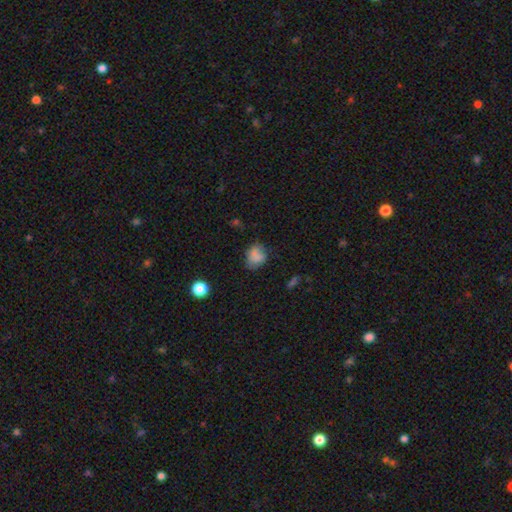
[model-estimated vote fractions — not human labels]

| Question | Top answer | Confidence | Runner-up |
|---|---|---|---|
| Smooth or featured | smooth | 76% | featured or disk (12%) |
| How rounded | in between | 50% | round (49%) |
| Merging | none | 57% | minor disturbance (29%) |